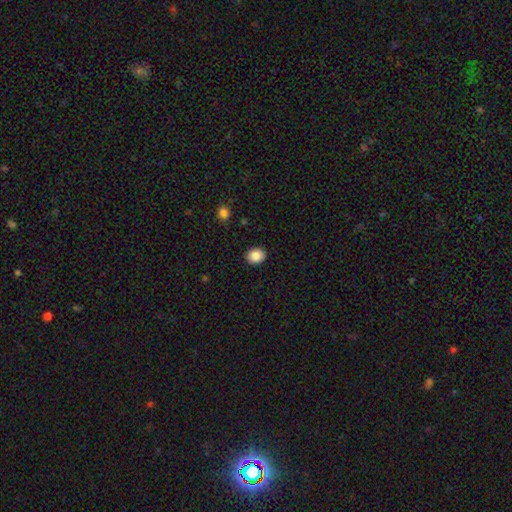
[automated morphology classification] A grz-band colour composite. It shows a smooth galaxy with no disk features (87%) that is round (59%). Merging: none (91%).